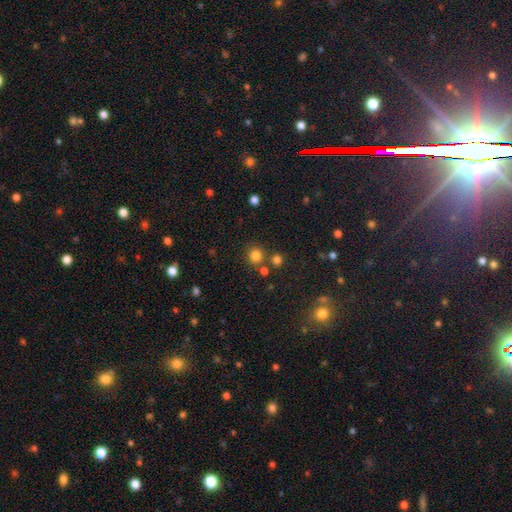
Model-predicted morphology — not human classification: Overall: smooth (80%). How rounded: round (90%). Merging: none (77%).